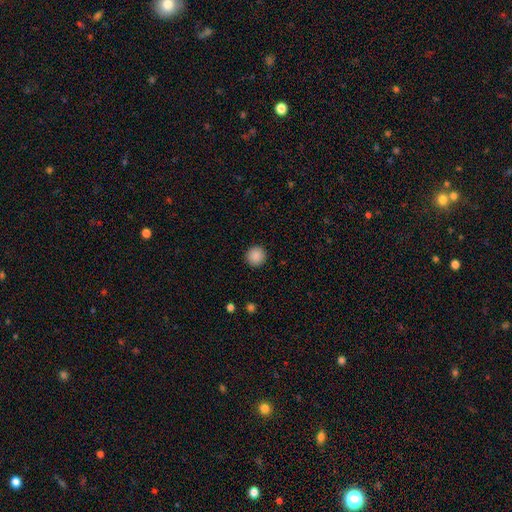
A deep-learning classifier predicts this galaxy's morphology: This appears to be a smooth galaxy with no disk features (88%) that is round (95%). Merging: none (92%).